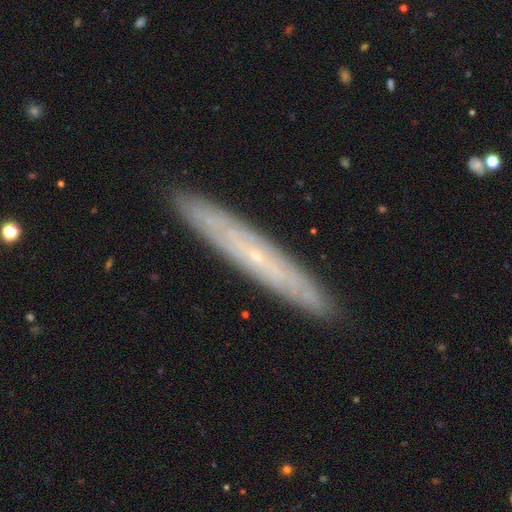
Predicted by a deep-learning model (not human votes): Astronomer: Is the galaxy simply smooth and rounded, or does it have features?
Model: featured or disk — 68%.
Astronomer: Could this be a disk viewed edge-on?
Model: yes — 74%.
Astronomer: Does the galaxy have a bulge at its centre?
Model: none — 53% (runner-up: rounded, 45%).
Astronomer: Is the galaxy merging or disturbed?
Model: none — 91%.